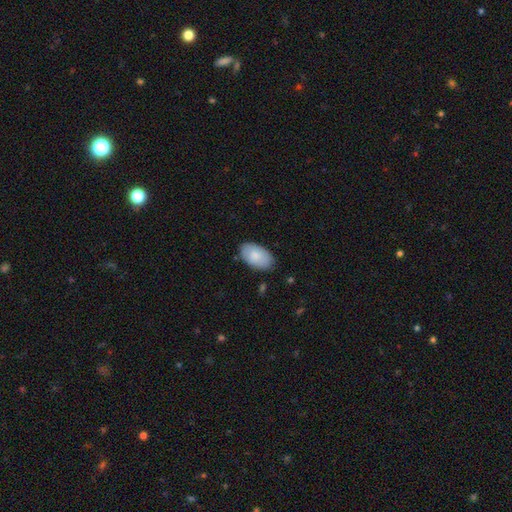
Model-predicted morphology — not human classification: smooth_or_featured: smooth (p=0.83) [alt: featured or disk p=0.12]
how_rounded: in between (p=0.95) [alt: round p=0.04]
merging: none (p=0.82) [alt: minor disturbance p=0.14]